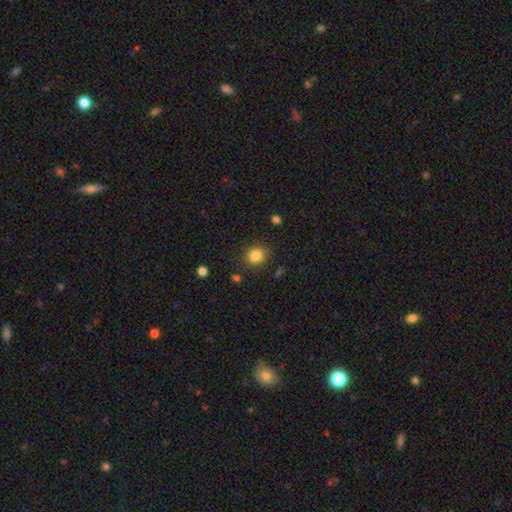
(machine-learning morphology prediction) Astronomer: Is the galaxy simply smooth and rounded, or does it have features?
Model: smooth — 84%.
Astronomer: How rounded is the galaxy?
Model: round — 74%.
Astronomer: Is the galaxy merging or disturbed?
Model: none — 84%.